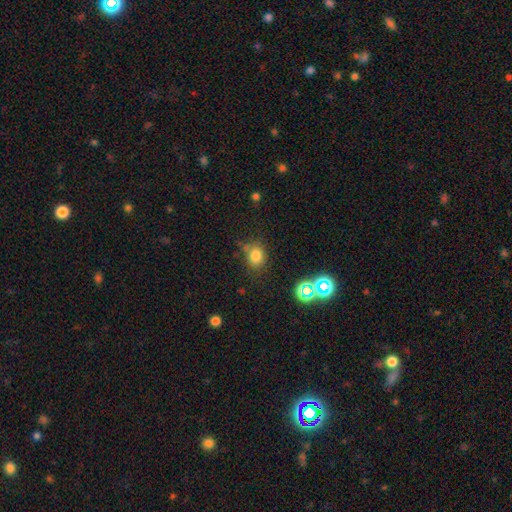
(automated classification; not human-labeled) smooth-or-featured: smooth: 76% | star or artifact: 17% | featured or disk: 7%
  how-rounded: round: 61% | in between: 38% | cigar-shaped: 1%
  merging: none: 71% | minor disturbance: 17% | merger: 6% | major disturbance: 6%